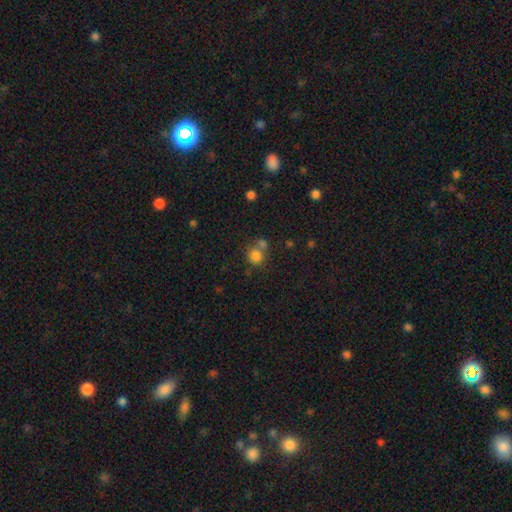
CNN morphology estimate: A smooth galaxy with no disk features (80%) that is round (86%). Merging: none (53%).